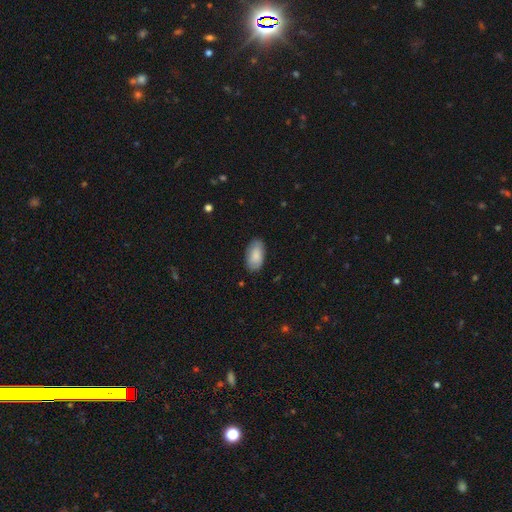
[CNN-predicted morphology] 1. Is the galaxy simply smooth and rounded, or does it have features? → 85% smooth, 9% featured or disk, 6% star or artifact.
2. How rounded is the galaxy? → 95% in between, 3% cigar-shaped, 2% round.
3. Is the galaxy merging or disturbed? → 84% none, 13% minor disturbance, 2% major disturbance, 1% merger.